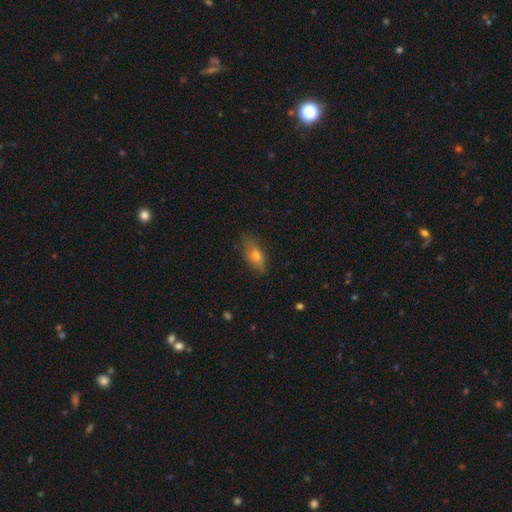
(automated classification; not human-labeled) A smooth galaxy with no disk features (57%) that is in between round and cigar-shaped (64%). Merging: none (78%).